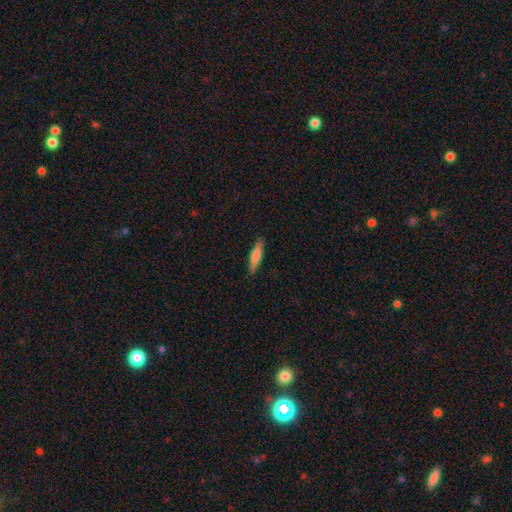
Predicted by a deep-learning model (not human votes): Overall: smooth (61%; featured or disk 33%). How rounded: cigar-shaped (84%). Merging: none (89%).